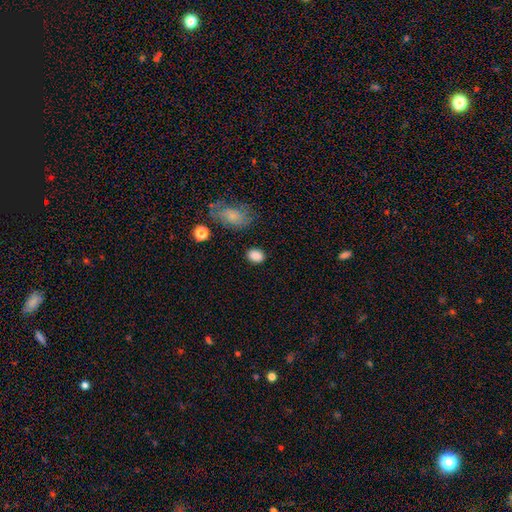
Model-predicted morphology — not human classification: Q: Smooth or featured?
A: smooth (87%); runner-up: star or artifact (9%)
Q: How rounded?
A: in between (63%); runner-up: round (35%)
Q: Merging?
A: none (84%); runner-up: minor disturbance (11%)